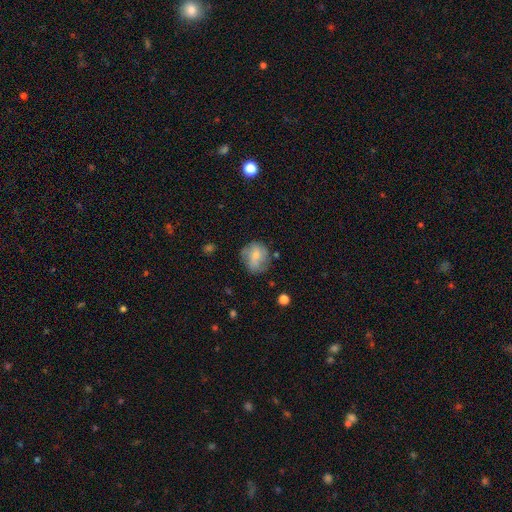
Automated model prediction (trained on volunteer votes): A smooth galaxy with no disk features (63%) that is round (74%).

Vote fractions:
- Smooth or featured? smooth: 63% / featured or disk: 29% / star or artifact: 8%
- How rounded? round: 74% / in between: 25% / cigar-shaped: 1%
- Merging? none: 63% / minor disturbance: 25% / major disturbance: 9% / merger: 3%